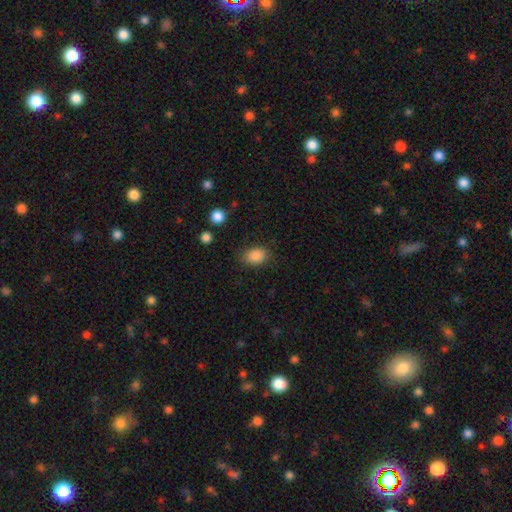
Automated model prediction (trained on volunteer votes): Smooth or featured? smooth (87%)
How rounded? in between (70%)
Merging? none (79%)